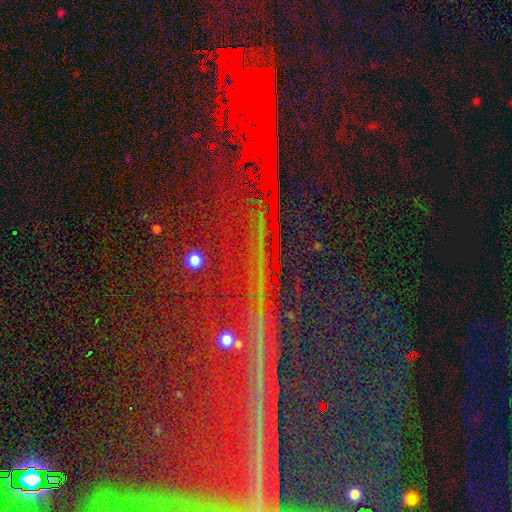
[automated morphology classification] Smooth or featured? star or artifact (87%)